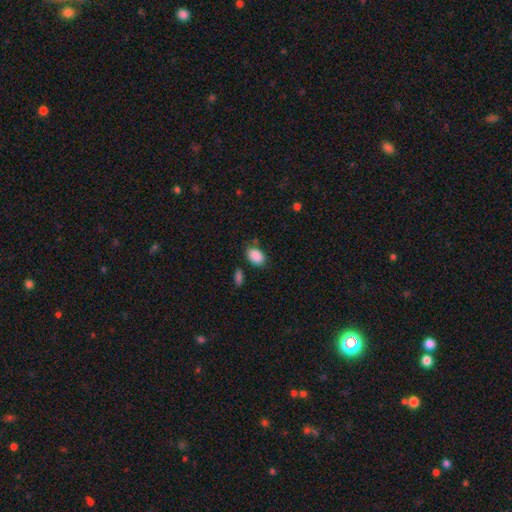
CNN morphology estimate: This is clearly a smooth galaxy (89%). How rounded: clearly in between (84%). Merging: likely none (72%).